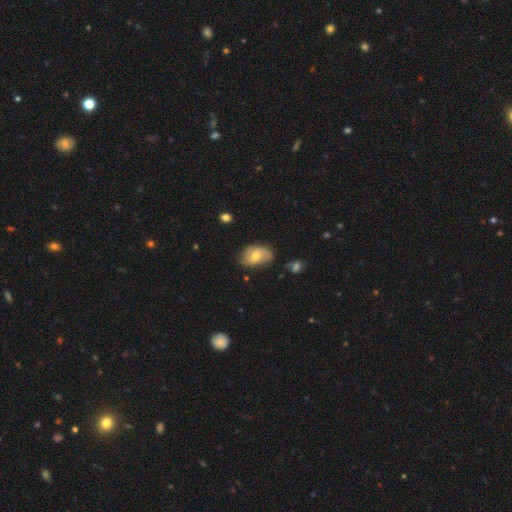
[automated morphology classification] Q: Smooth or featured?
A: smooth (46%); tied with: featured or disk (46%)
Q: Merging?
A: none (56%); runner-up: minor disturbance (32%)